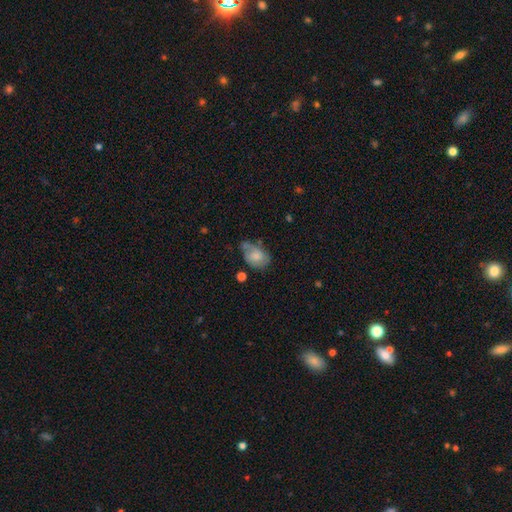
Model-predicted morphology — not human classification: Overall: smooth (70%). How rounded: in between (81%). Merging: none (39%; minor disturbance 36%).